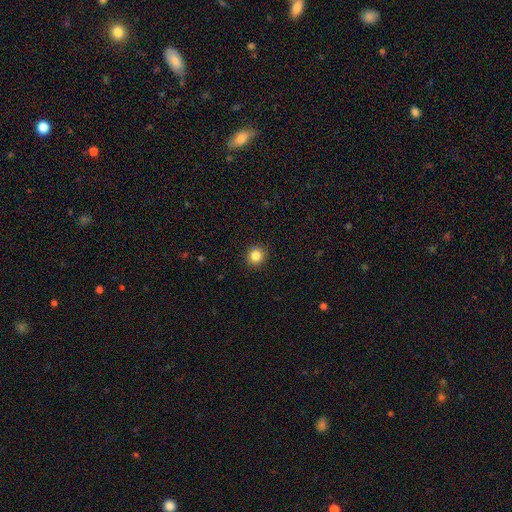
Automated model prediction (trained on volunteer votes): smooth_or_featured: smooth (p=0.84) [alt: star or artifact p=0.11]
how_rounded: round (p=0.91) [alt: in between p=0.08]
merging: none (p=0.92) [alt: minor disturbance p=0.05]